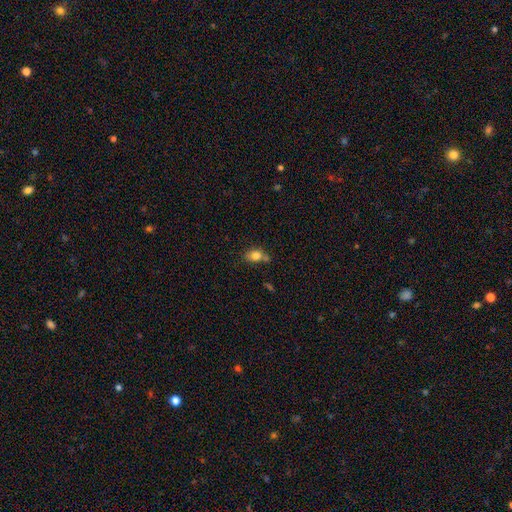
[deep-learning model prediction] Q: Smooth or featured?
A: smooth (80%); runner-up: star or artifact (10%)
Q: How rounded?
A: in between (70%); runner-up: round (28%)
Q: Merging?
A: none (53%); runner-up: merger (21%)